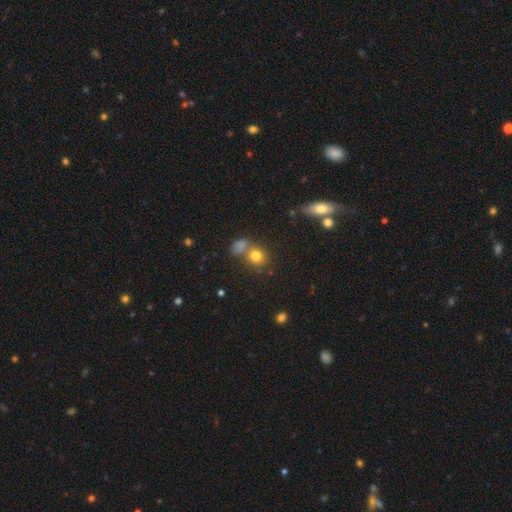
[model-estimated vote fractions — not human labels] smooth_or_featured: smooth (p=0.78) [alt: star or artifact p=0.13]
how_rounded: round (p=0.78) [alt: in between p=0.20]
merging: none (p=0.55) [alt: merger p=0.30]